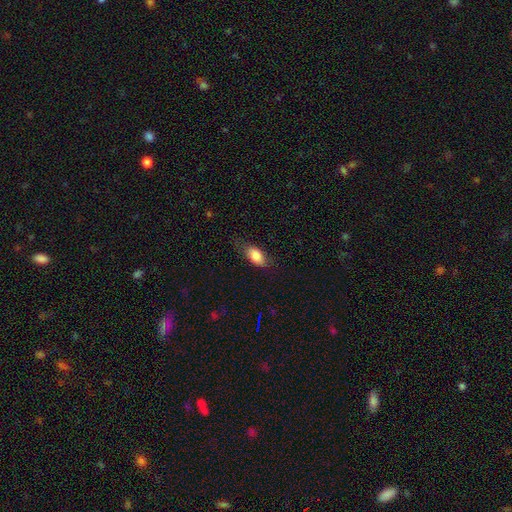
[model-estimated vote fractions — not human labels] smooth 82%, featured or disk 11%, star or artifact 7%. Down the decision tree: how rounded — in between (89%); merging — none (67%).